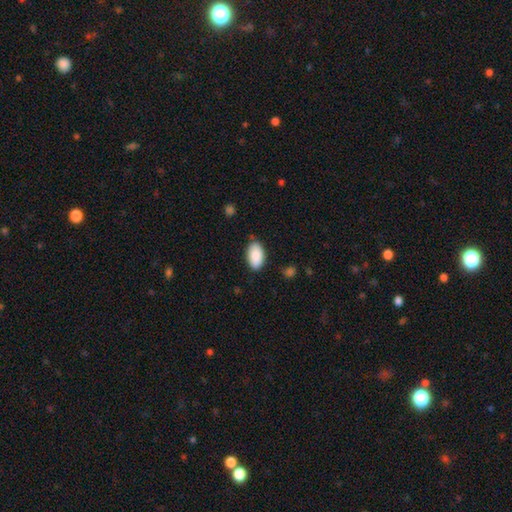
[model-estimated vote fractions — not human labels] Smooth or featured? smooth (89%)
How rounded? in between (95%)
Merging? none (82%)